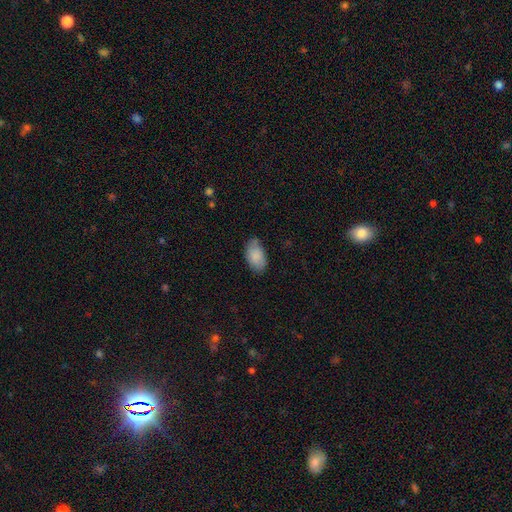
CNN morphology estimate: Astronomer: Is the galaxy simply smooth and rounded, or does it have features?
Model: smooth — 86%.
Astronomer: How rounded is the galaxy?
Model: in between — 94%.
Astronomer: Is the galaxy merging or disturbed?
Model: none — 71%.